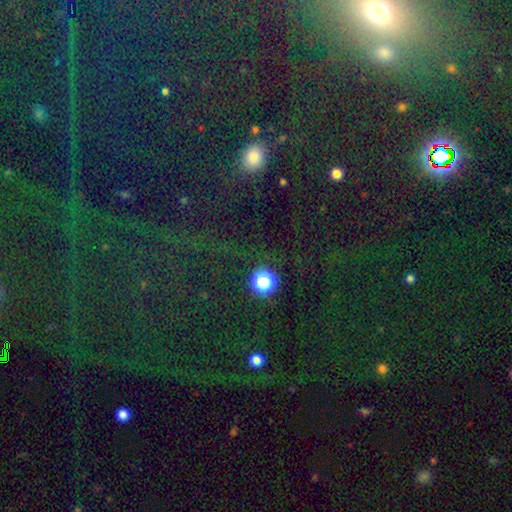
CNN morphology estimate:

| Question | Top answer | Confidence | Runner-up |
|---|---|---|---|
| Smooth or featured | star or artifact | 75% | smooth (16%) |